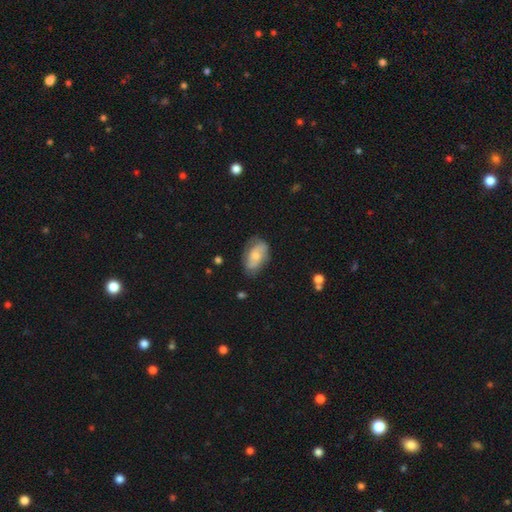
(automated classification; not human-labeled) Morphology: type=smooth (56%); roundness=in between (91%); merging=none (63%).